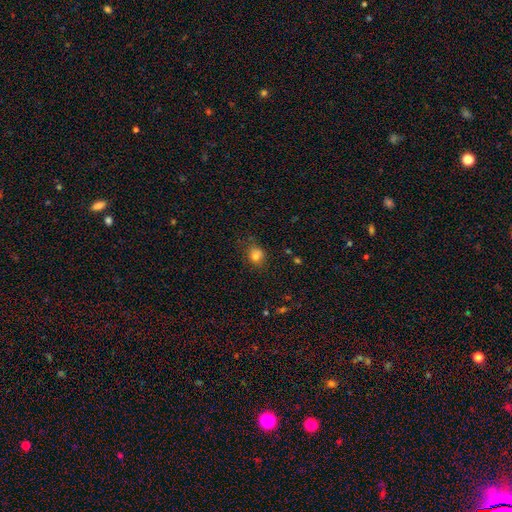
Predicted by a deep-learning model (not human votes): smooth_or_featured: smooth (p=0.78) [alt: star or artifact p=0.13]
how_rounded: round (p=0.62) [alt: in between p=0.37]
merging: none (p=0.67) [alt: minor disturbance p=0.22]